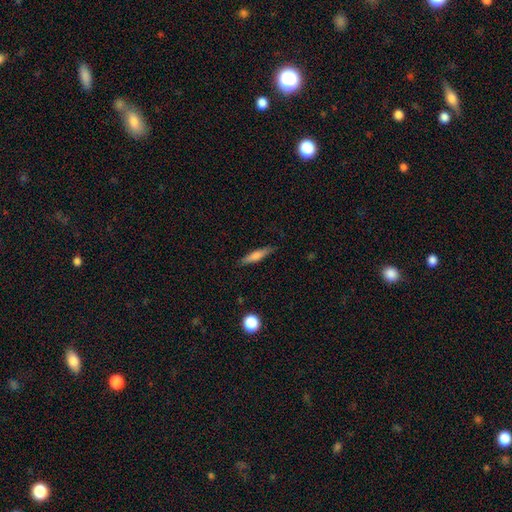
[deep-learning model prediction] Q: Smooth or featured?
A: smooth (65%); runner-up: featured or disk (28%)
Q: How rounded?
A: cigar-shaped (80%); runner-up: in between (18%)
Q: Merging?
A: none (84%); runner-up: minor disturbance (12%)